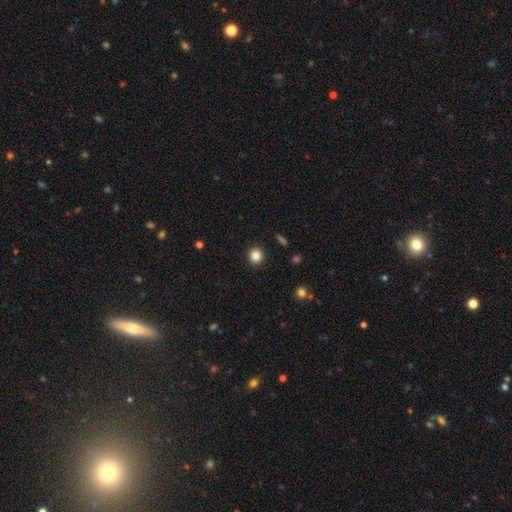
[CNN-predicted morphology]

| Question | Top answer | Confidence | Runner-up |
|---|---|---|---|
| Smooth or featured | smooth | 85% | star or artifact (11%) |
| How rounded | round | 92% | in between (7%) |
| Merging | none | 92% | minor disturbance (5%) |